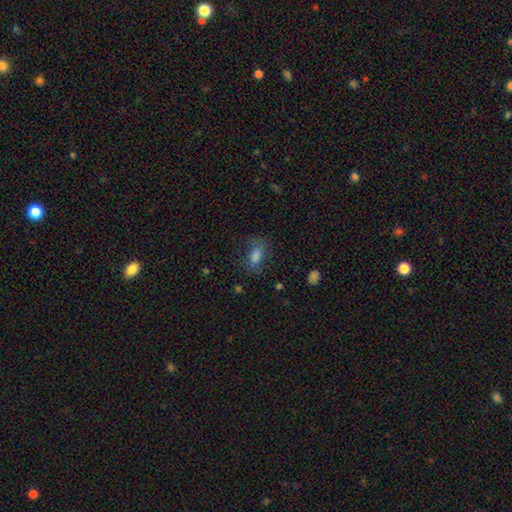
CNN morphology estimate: smooth-or-featured: smooth: 73% | star or artifact: 13% | featured or disk: 13%
  how-rounded: in between: 83% | round: 10% | cigar-shaped: 7%
  merging: none: 66% | minor disturbance: 20% | major disturbance: 12% | merger: 2%